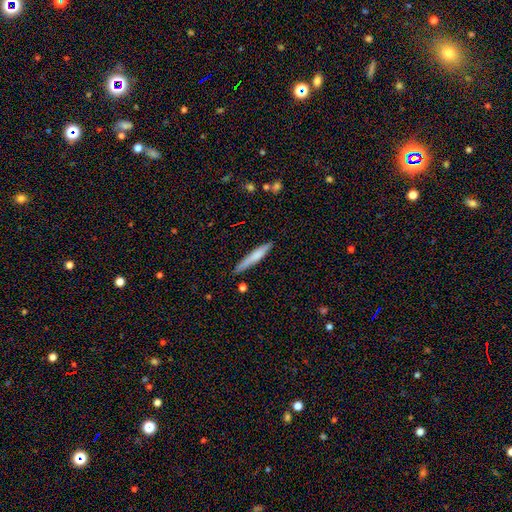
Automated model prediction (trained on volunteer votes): Smooth or featured: smooth — 70% (featured or disk — 24%)
How rounded: cigar-shaped — 93% (in between — 6%)
Merging: none — 83% (minor disturbance — 13%)